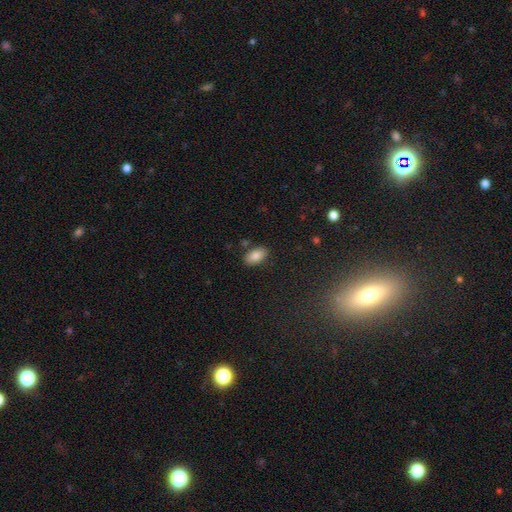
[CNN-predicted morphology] This appears to be a smooth galaxy with no disk features (86%) that is in between round and cigar-shaped (93%). Merging: none (82%).